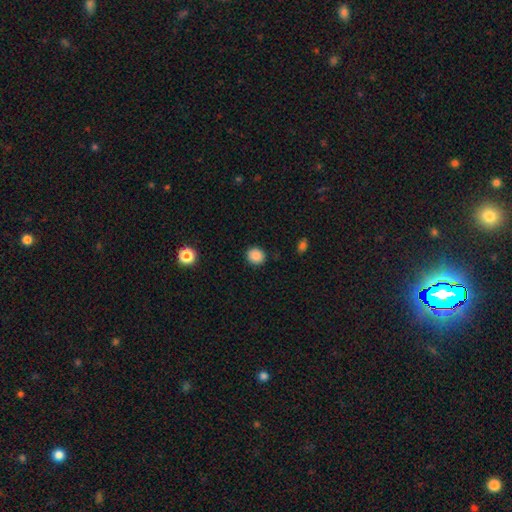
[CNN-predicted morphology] Q: Smooth or featured?
A: smooth (88%); runner-up: star or artifact (10%)
Q: How rounded?
A: round (82%); runner-up: in between (17%)
Q: Merging?
A: none (89%); runner-up: minor disturbance (7%)